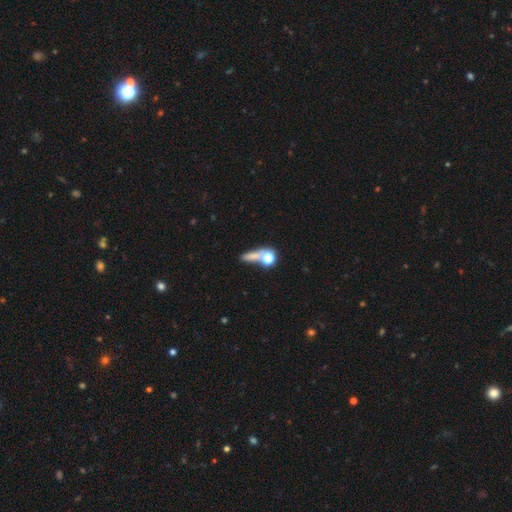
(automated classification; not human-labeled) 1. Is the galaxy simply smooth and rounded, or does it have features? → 63% smooth, 20% star or artifact, 17% featured or disk.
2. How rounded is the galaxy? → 37% round, 36% cigar-shaped, 27% in between.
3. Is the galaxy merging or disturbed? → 49% none, 28% merger, 12% minor disturbance, 10% major disturbance.